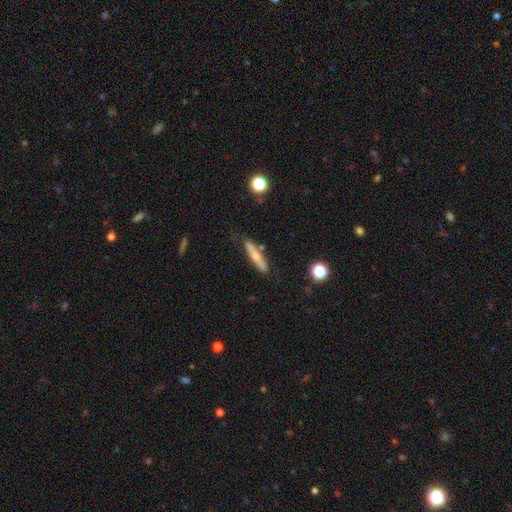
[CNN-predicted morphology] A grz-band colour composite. It shows a smooth galaxy with no disk features (52%) that is cigar-shaped (87%). Merging: none (76%).